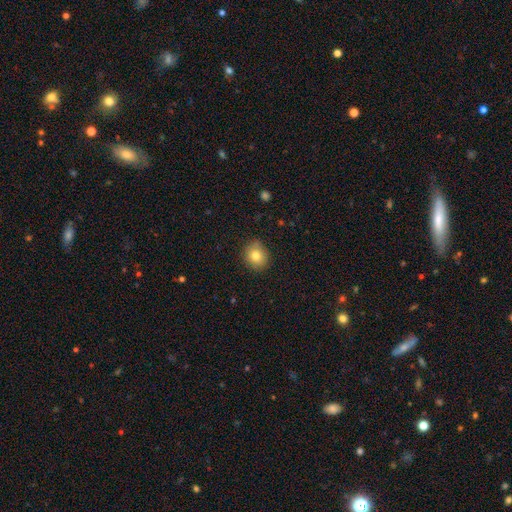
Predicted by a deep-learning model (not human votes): A smooth galaxy with no disk features (81%) that is round (75%).

Vote fractions:
- Smooth or featured? smooth: 81% / star or artifact: 10% / featured or disk: 9%
- How rounded? round: 75% / in between: 24% / cigar-shaped: 1%
- Merging? none: 85% / minor disturbance: 12% / major disturbance: 2% / merger: 1%